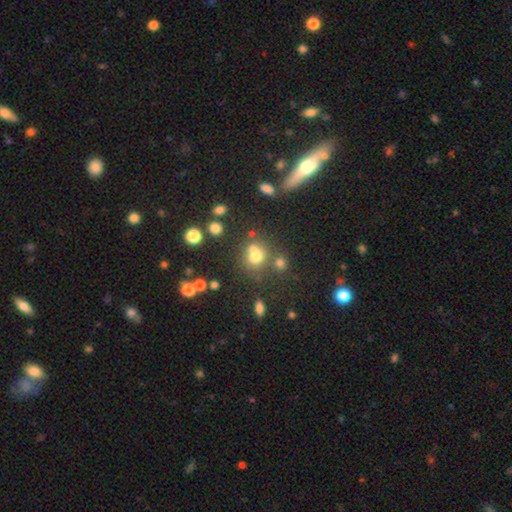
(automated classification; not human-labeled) smooth 68%, star or artifact 20%, featured or disk 13%. Down the decision tree: how rounded — round (79%); merging — none (50%).